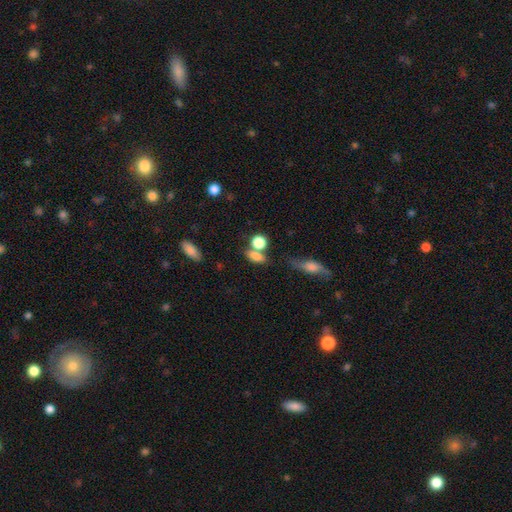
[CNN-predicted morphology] Overall: smooth (79%). How rounded: in between (60%; round 32%). Merging: none (46%; merger 35%).